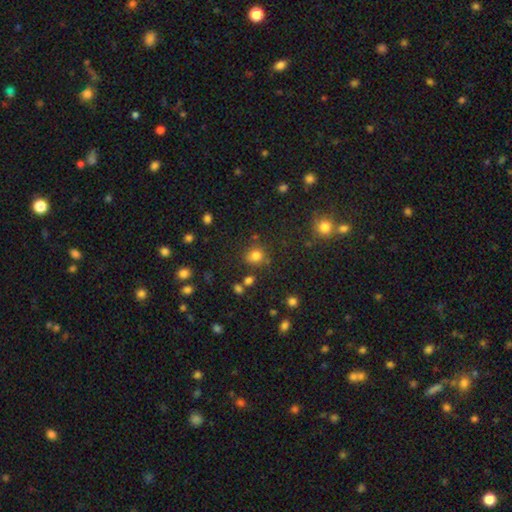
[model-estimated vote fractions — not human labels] The model was most divided on "merging": none: 74%, minor disturbance: 13%, merger: 8%, major disturbance: 5%. More confident: how rounded — round (82%); smooth or featured — smooth (78%).